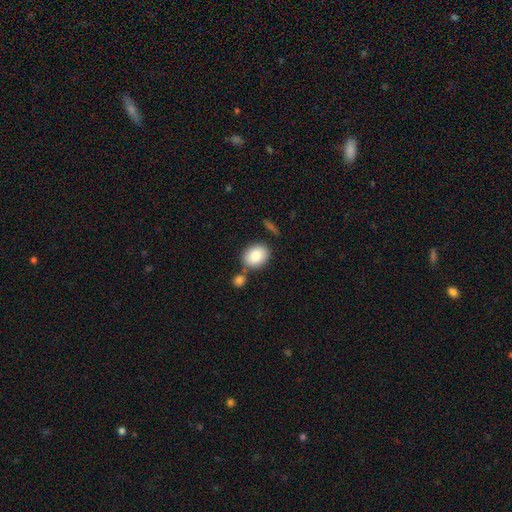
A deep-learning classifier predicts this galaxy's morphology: A smooth galaxy with no disk features (84%) that is in between round and cigar-shaped (59%). Merging: none (69%).